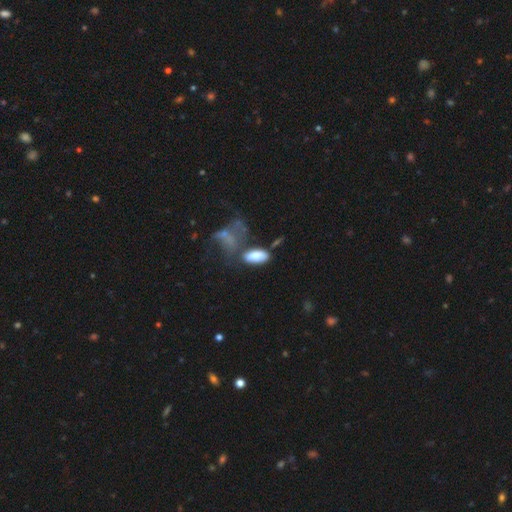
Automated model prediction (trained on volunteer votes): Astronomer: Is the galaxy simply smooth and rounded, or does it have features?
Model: smooth — 78%.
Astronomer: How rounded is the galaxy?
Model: in between — 89%.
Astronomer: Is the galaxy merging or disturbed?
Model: none — 34% (runner-up: merger, 27%).